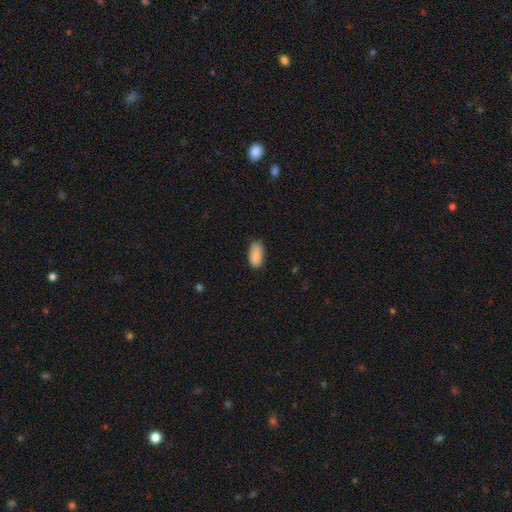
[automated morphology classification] A smooth galaxy with no disk features (87%) that is in between round and cigar-shaped (93%).

Vote fractions:
- Smooth or featured? smooth: 87% / star or artifact: 7% / featured or disk: 6%
- How rounded? in between: 93% / cigar-shaped: 4% / round: 3%
- Merging? none: 70% / minor disturbance: 24% / major disturbance: 4% / merger: 2%